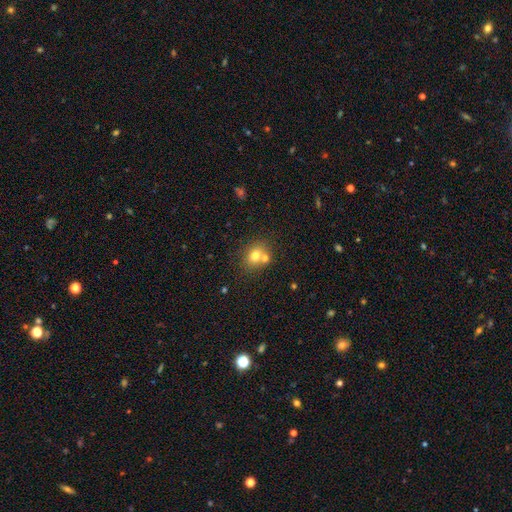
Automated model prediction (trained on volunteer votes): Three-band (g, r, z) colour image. It shows a smooth galaxy with no disk features (72%) that is round (59%). Merging: none (53%).